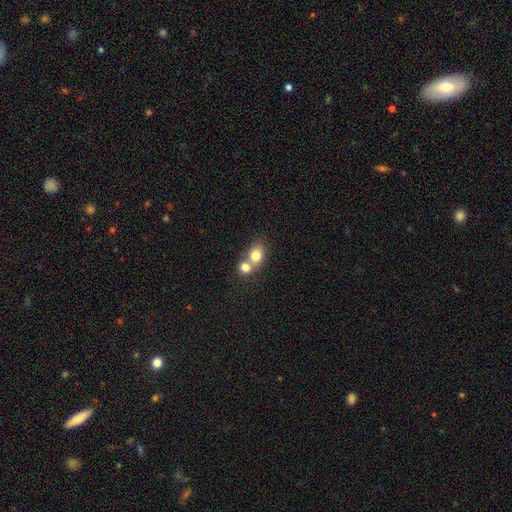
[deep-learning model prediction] Overall: smooth (78%). How rounded: in between (51%; round 47%). Merging: merger (61%; none 30%).